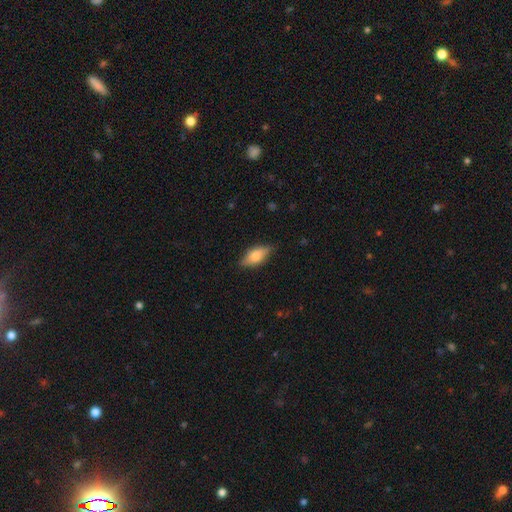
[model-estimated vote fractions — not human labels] Overall: smooth (70%). How rounded: in between (82%). Merging: none (79%).